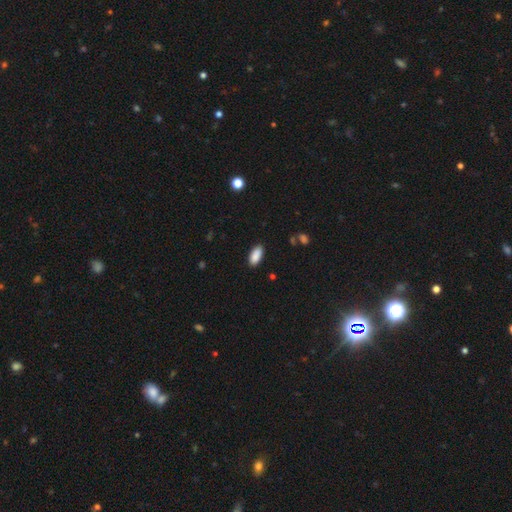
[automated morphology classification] smooth_or_featured: smooth (p=0.89) [alt: star or artifact p=0.07]
how_rounded: in between (p=0.90) [alt: cigar-shaped p=0.08]
merging: none (p=0.86) [alt: minor disturbance p=0.10]